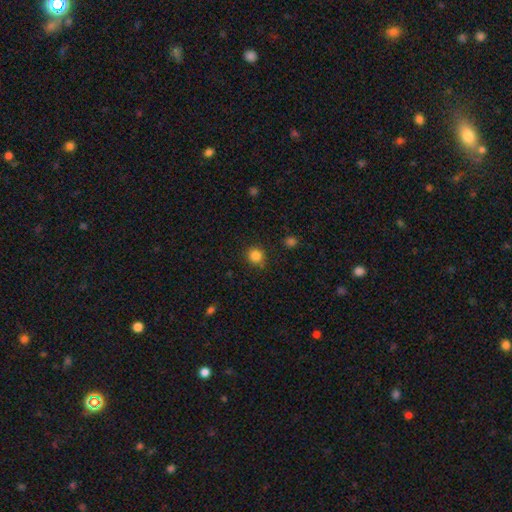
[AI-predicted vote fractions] Smooth or featured: smooth — 84% (star or artifact — 12%)
How rounded: round — 91% (in between — 8%)
Merging: none — 86% (minor disturbance — 9%)